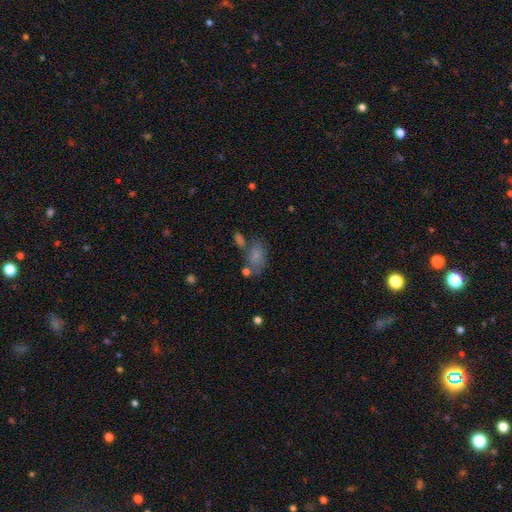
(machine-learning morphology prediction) smooth_or_featured: smooth (p=0.71) [alt: featured or disk p=0.17]
how_rounded: in between (p=0.87) [alt: round p=0.11]
merging: none (p=0.43) [alt: merger p=0.23]